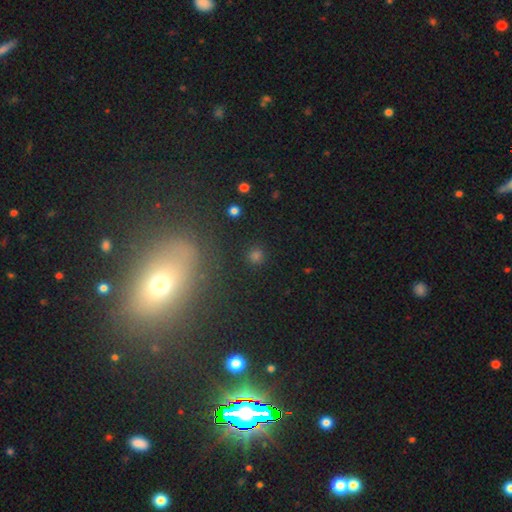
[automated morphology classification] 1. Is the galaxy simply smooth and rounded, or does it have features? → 68% smooth, 24% star or artifact, 7% featured or disk.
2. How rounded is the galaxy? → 91% round, 8% in between, 1% cigar-shaped.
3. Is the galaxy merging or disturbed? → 87% none, 7% minor disturbance, 3% major disturbance, 3% merger.